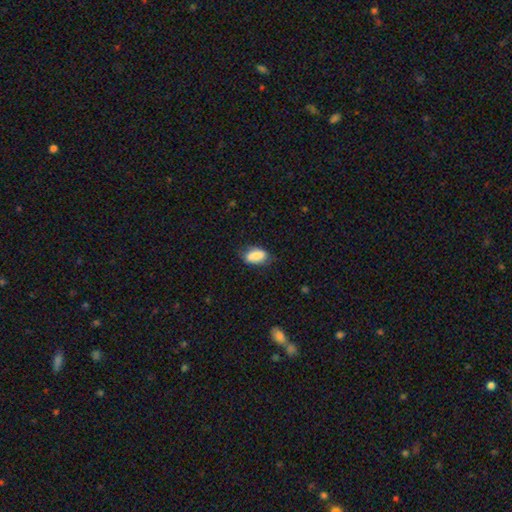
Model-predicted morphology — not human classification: type=smooth (80%); roundness=in between (90%); merging=none (65%).